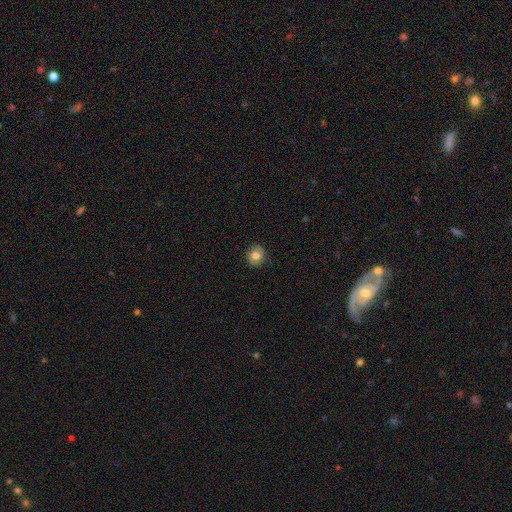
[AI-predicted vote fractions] smooth 71%, featured or disk 19%, star or artifact 9%. Down the decision tree: how rounded — round (78%); merging — none (86%).